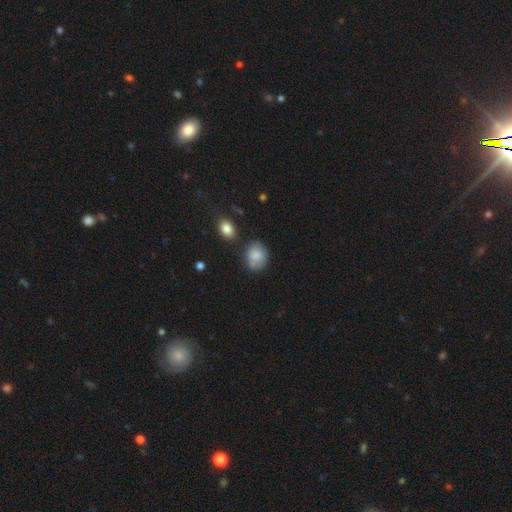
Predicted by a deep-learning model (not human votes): smooth_or_featured: smooth (p=0.78) [alt: featured or disk p=0.13]
how_rounded: round (p=0.56) [alt: in between p=0.43]
merging: none (p=0.63) [alt: minor disturbance p=0.22]